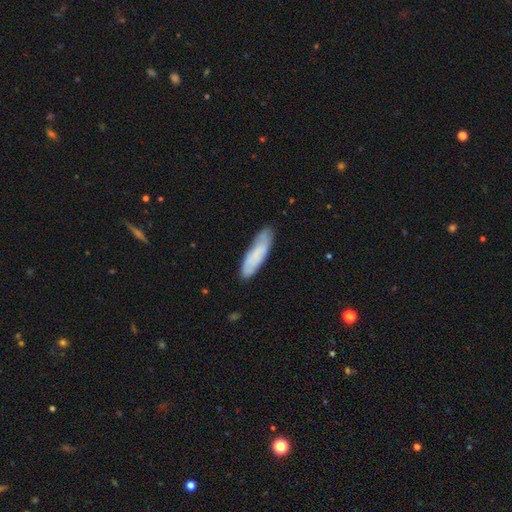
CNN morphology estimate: Smooth or featured? smooth (70%)
How rounded? cigar-shaped (63%)
Merging? none (80%)